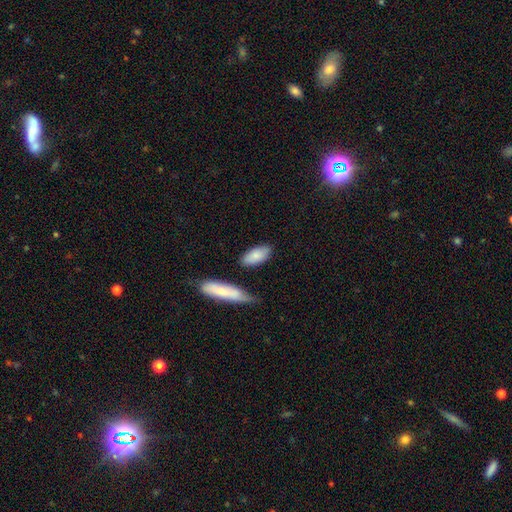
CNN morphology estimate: smooth-or-featured: smooth: 83% | featured or disk: 11% | star or artifact: 6%
  how-rounded: in between: 86% | cigar-shaped: 11% | round: 2%
  merging: none: 72% | minor disturbance: 18% | merger: 7% | major disturbance: 4%